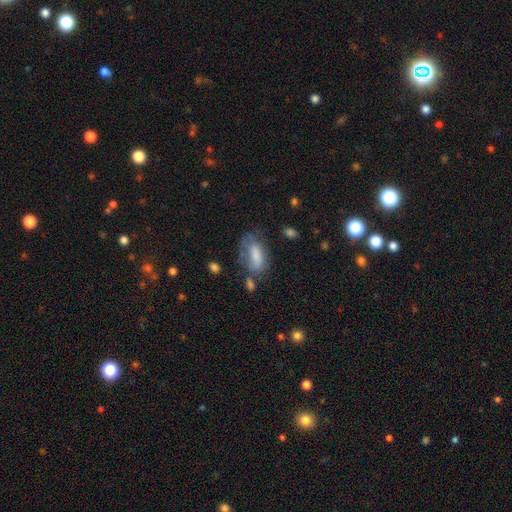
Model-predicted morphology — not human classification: smooth 71%, featured or disk 20%, star or artifact 8%. Down the decision tree: how rounded — in between (83%); merging — none (45%).